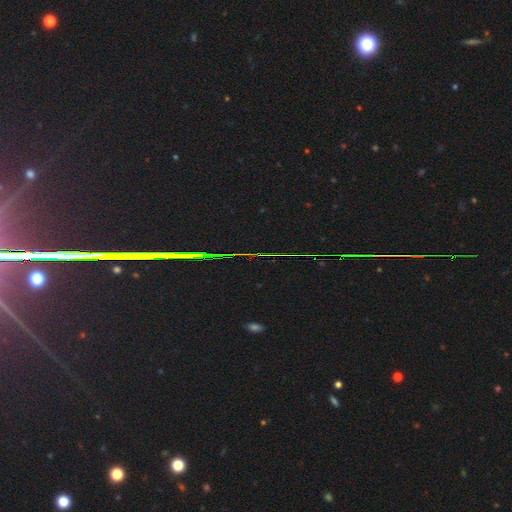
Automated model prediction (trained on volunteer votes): Smooth or featured? Predicted: star or artifact (p=0.86).